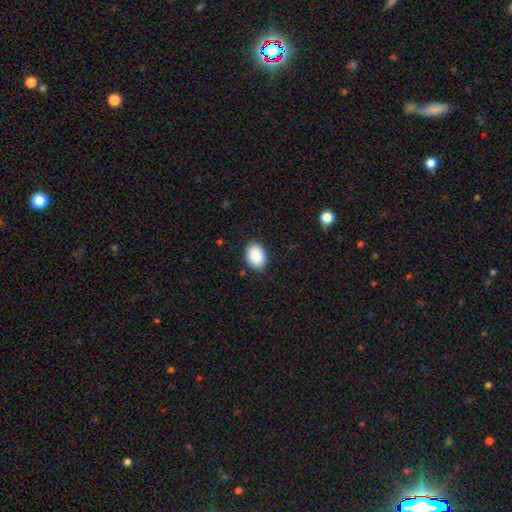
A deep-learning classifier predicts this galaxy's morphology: Smooth or featured?
  - smooth: 90% *
  - star or artifact: 7%
  - featured or disk: 3%
How rounded?
  - in between: 73% *
  - round: 26%
  - cigar-shaped: 1%
Merging?
  - none: 88% *
  - minor disturbance: 9%
  - major disturbance: 2%
  - merger: 1%